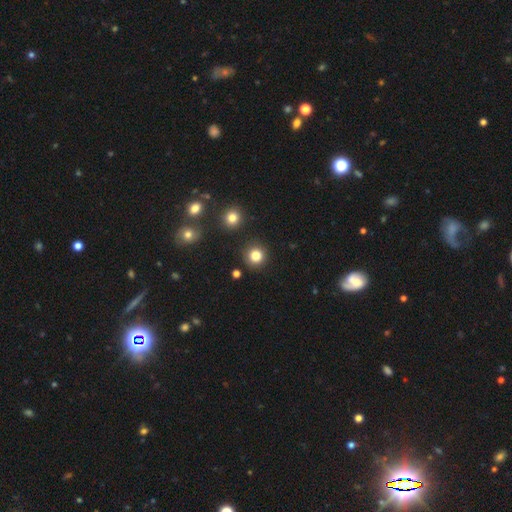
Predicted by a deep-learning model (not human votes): Smooth or featured? Predicted: smooth (p=0.82). How rounded? Predicted: round (p=0.93). Merging? Predicted: none (p=0.90).